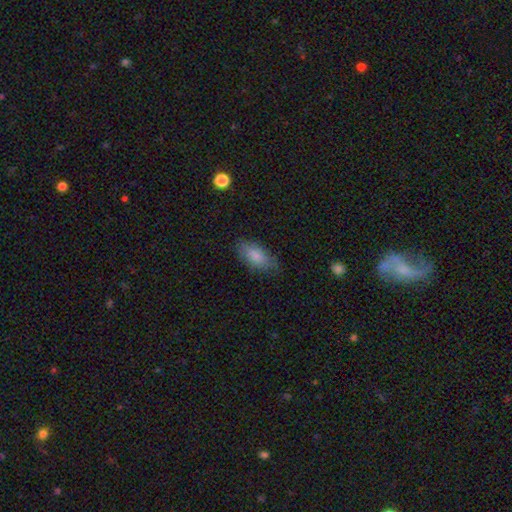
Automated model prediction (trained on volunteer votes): Smooth or featured? smooth (81%)
How rounded? in between (89%)
Merging? none (74%)